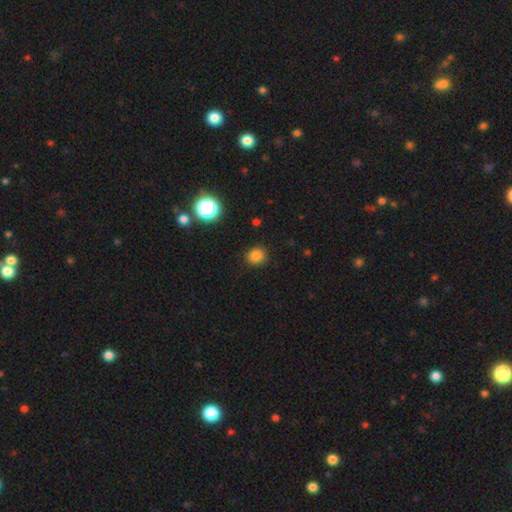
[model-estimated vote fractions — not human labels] Smooth or featured? smooth (81%)
How rounded? round (86%)
Merging? none (87%)